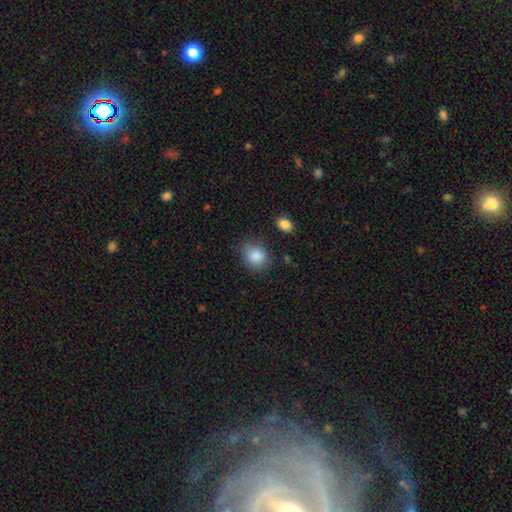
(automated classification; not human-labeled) smooth_or_featured: smooth (p=0.87) [alt: star or artifact p=0.08]
how_rounded: round (p=0.59) [alt: in between p=0.40]
merging: none (p=0.79) [alt: minor disturbance p=0.14]